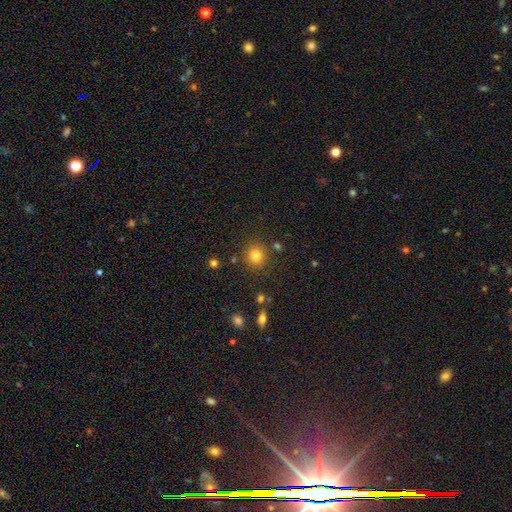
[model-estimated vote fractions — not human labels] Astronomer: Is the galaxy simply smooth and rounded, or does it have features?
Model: smooth — 81%.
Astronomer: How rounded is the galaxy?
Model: round — 90%.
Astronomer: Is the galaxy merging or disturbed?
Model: none — 85%.